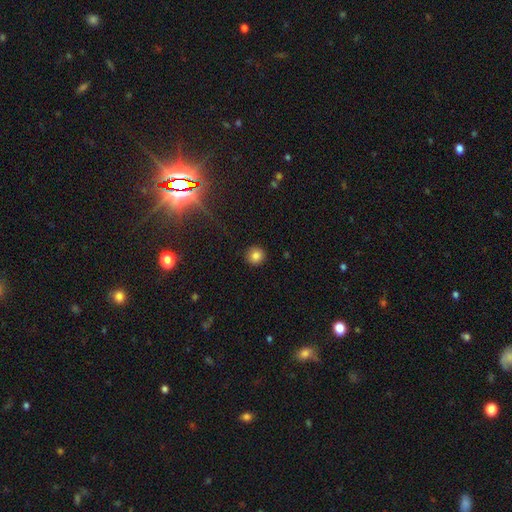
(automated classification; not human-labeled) smooth-or-featured: smooth: 83% | star or artifact: 12% | featured or disk: 5%
  how-rounded: round: 94% | in between: 5% | cigar-shaped: 1%
  merging: none: 92% | minor disturbance: 5% | major disturbance: 2% | merger: 1%